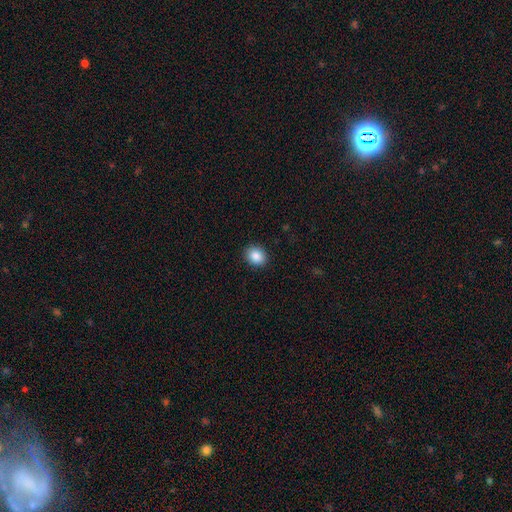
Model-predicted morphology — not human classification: Q: Smooth or featured?
A: smooth (87%); runner-up: star or artifact (9%)
Q: How rounded?
A: round (63%); runner-up: in between (36%)
Q: Merging?
A: none (90%); runner-up: minor disturbance (7%)